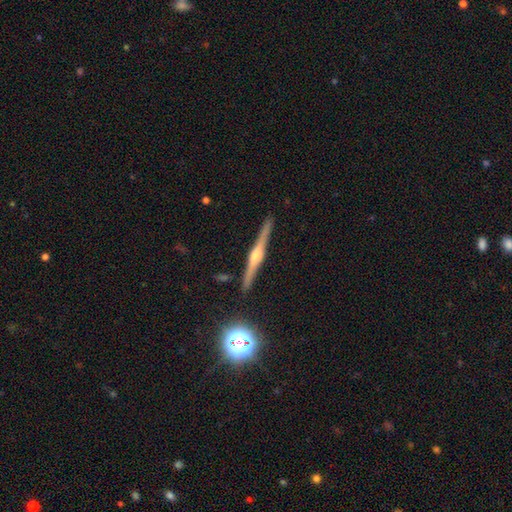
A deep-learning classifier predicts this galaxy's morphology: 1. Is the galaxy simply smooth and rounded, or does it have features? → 82% featured or disk, 11% smooth, 7% star or artifact.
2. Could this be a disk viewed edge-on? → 98% yes, 2% no.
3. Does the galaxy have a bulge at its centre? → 89% rounded, 7% boxy, 4% none.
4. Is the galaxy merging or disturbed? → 92% none, 6% minor disturbance, 1% merger, 1% major disturbance.